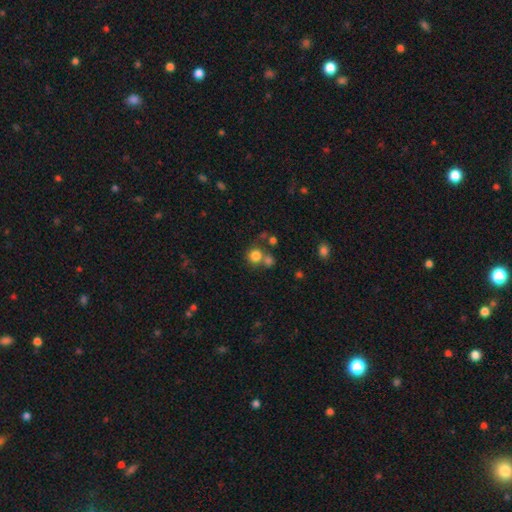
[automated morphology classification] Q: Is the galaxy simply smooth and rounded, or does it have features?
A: smooth — 78%.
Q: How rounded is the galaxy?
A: round — 89%.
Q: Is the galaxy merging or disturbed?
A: none — 57%.